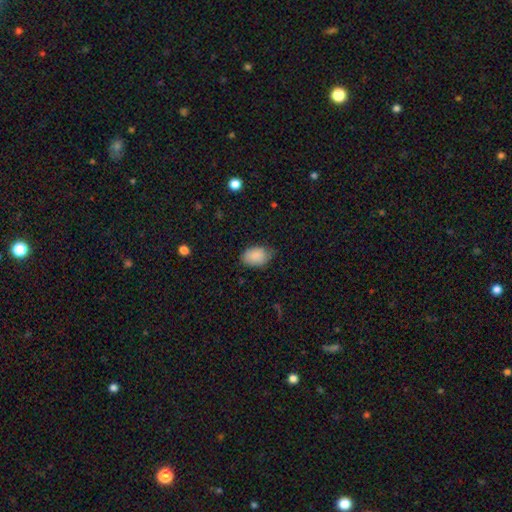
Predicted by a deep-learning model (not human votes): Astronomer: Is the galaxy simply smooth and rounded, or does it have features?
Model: smooth — 86%.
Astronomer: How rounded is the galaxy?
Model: in between — 85%.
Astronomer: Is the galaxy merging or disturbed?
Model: none — 63%.